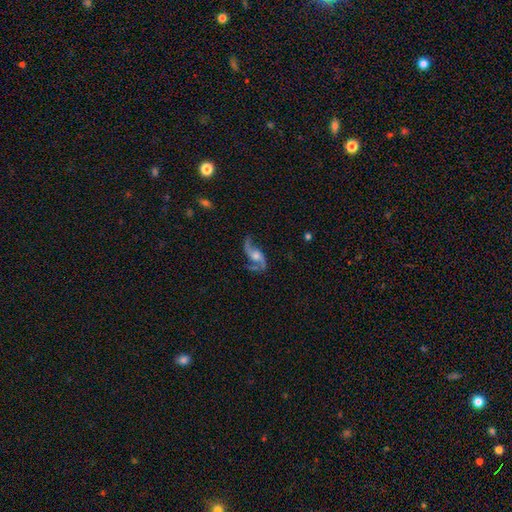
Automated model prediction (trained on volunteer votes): Morphology: type=featured or disk (85%); edge-on=no (95%); bar=no (58%); spiral arms=yes (95%); winding=loose (77%); arm count=2 (89%); bulge=moderate (49%); merging=none (64%).